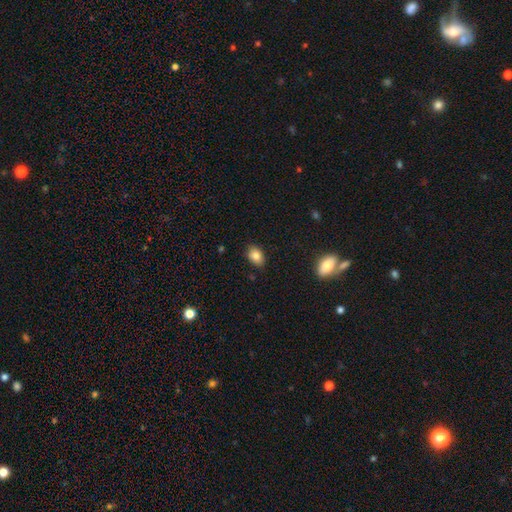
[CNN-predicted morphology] A smooth galaxy with no disk features (83%) that is in between round and cigar-shaped (83%). Merging: none (85%).